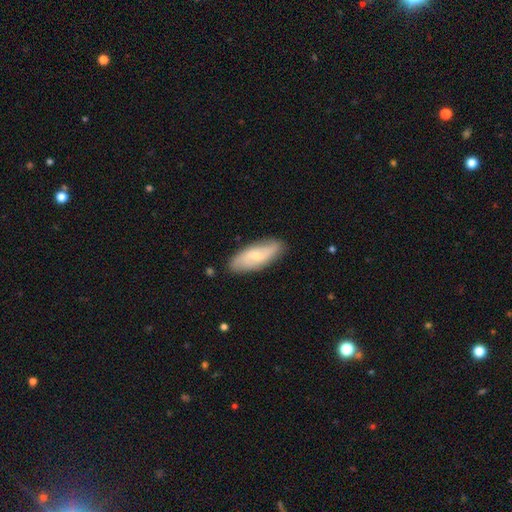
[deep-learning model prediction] Morphology: type=featured or disk (53%); edge-on=no (85%); merging=none (84%).